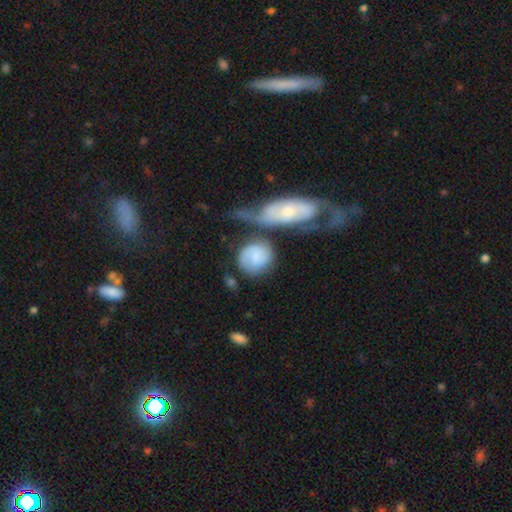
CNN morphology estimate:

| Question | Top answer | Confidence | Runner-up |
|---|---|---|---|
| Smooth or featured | smooth | 50% | featured or disk (43%) |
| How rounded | round | 73% | in between (24%) |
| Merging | none | 45% | merger (29%) |